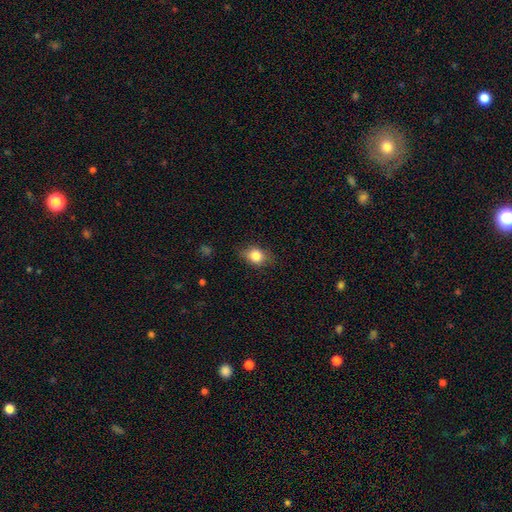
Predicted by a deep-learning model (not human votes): Smooth or featured? smooth (80%)
How rounded? in between (59%)
Merging? none (77%)